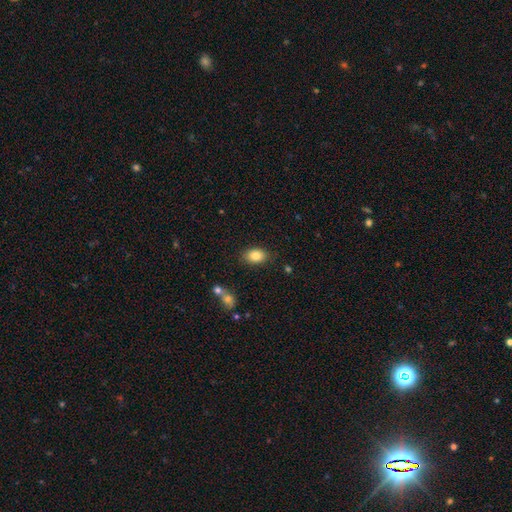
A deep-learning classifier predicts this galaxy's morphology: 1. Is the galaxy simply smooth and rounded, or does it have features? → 84% smooth, 8% star or artifact, 7% featured or disk.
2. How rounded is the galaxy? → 83% in between, 16% round, 1% cigar-shaped.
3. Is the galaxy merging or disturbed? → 84% none, 11% minor disturbance, 3% major disturbance, 2% merger.